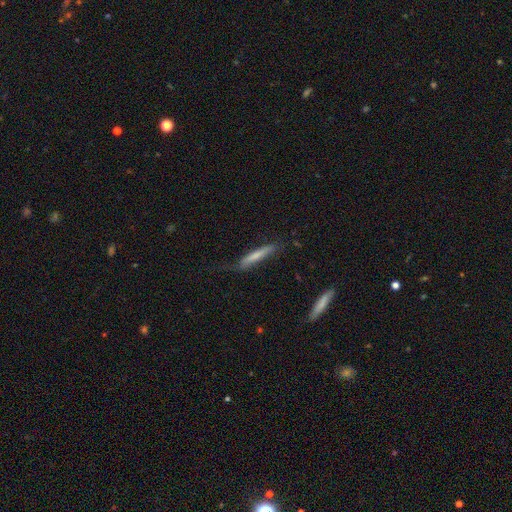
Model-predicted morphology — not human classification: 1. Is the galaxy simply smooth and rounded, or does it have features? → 65% smooth, 28% featured or disk, 6% star or artifact.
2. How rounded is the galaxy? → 93% cigar-shaped, 6% in between, 1% round.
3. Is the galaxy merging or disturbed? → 61% none, 26% minor disturbance, 10% major disturbance, 3% merger.